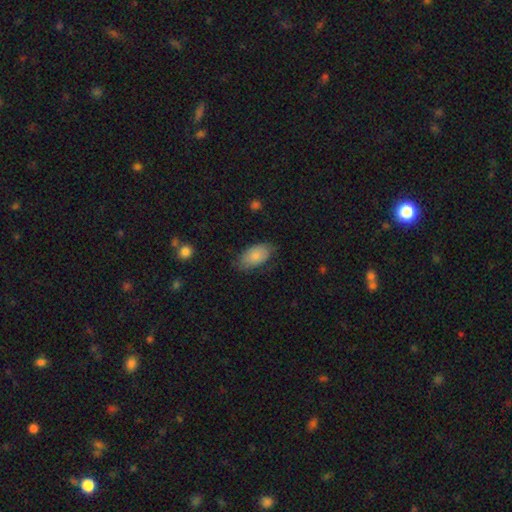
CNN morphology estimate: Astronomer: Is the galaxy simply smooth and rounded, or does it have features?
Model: smooth — 79%.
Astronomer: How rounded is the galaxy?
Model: in between — 94%.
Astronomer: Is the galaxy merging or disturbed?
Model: none — 67%.